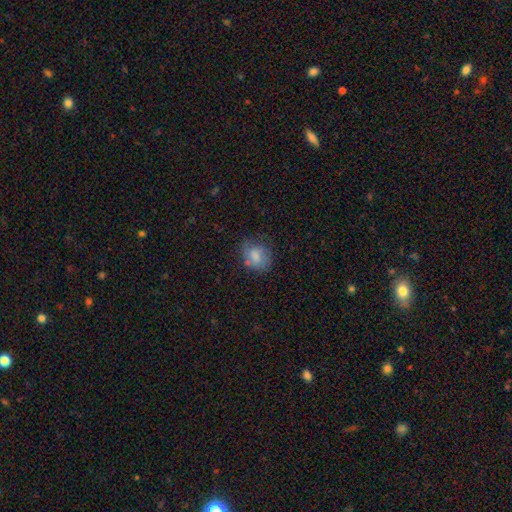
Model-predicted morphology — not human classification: A smooth galaxy with no disk features (71%) that is in between round and cigar-shaped (51%). Merging: none (59%).